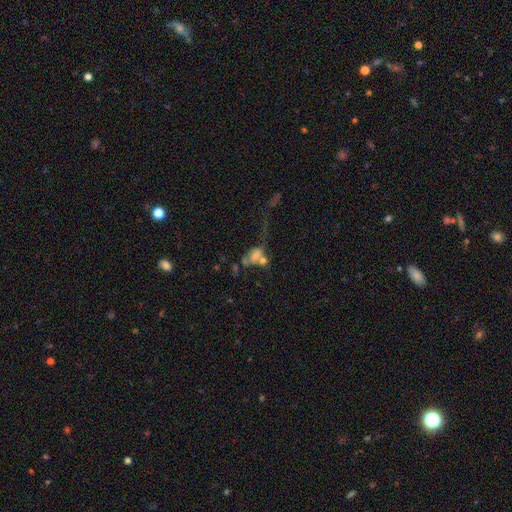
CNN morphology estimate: Smooth or featured: smooth — 49% (featured or disk — 35%)
Merging: merger — 52% (major disturbance — 23%)